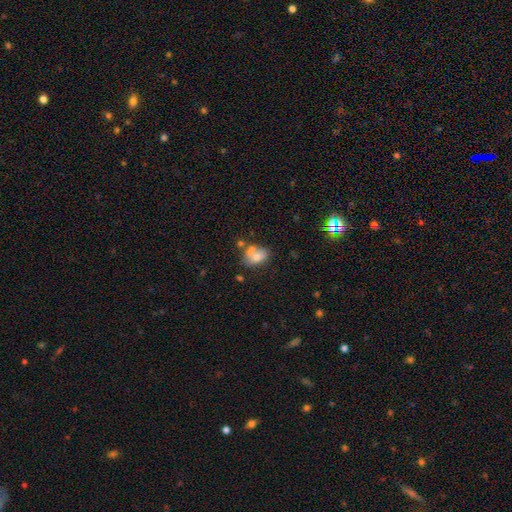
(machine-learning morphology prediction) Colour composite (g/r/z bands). It shows a smooth galaxy with no disk features (67%) that is in between round and cigar-shaped (74%). Merging: merger (34%, tied with none).